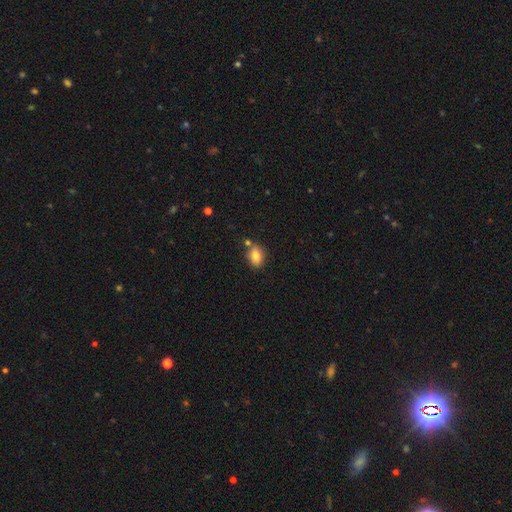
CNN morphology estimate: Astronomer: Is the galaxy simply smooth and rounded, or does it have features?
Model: smooth — 81%.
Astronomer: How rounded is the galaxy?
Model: in between — 75%.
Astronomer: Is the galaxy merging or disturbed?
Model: none — 71%.